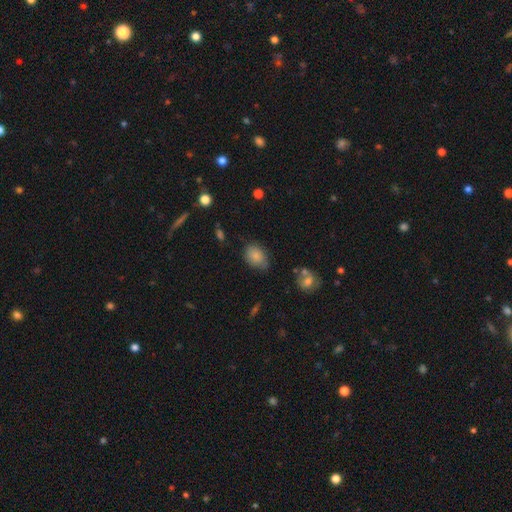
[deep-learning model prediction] smooth 84%, star or artifact 8%, featured or disk 8%. Down the decision tree: how rounded — in between (75%); merging — none (68%).